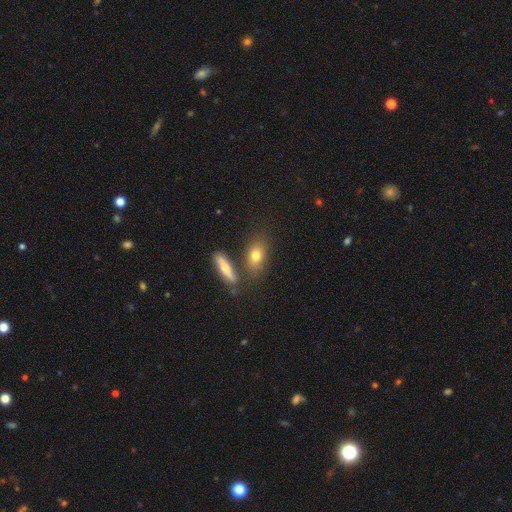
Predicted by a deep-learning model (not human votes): Q: Smooth or featured?
A: smooth (72%); runner-up: featured or disk (19%)
Q: How rounded?
A: in between (72%); runner-up: round (15%)
Q: Merging?
A: none (65%); runner-up: merger (18%)